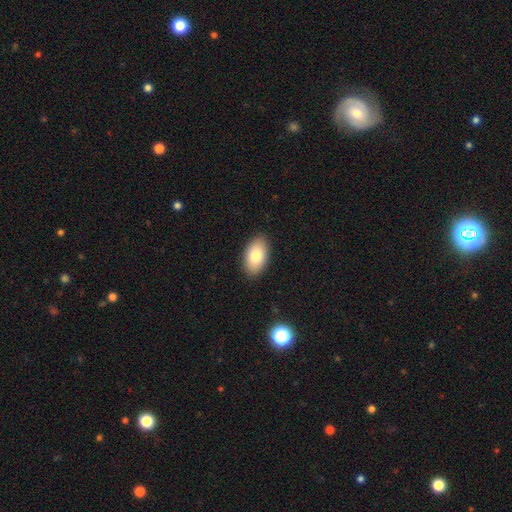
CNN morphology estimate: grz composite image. It shows a smooth galaxy with no disk features (81%) that is in between round and cigar-shaped (94%). Merging: none (88%).